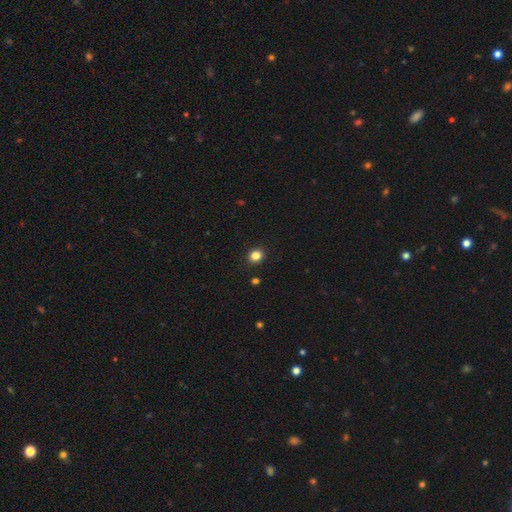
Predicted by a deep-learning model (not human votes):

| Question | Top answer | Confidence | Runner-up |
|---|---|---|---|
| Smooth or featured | smooth | 84% | star or artifact (12%) |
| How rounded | round | 74% | in between (25%) |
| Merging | none | 91% | minor disturbance (6%) |